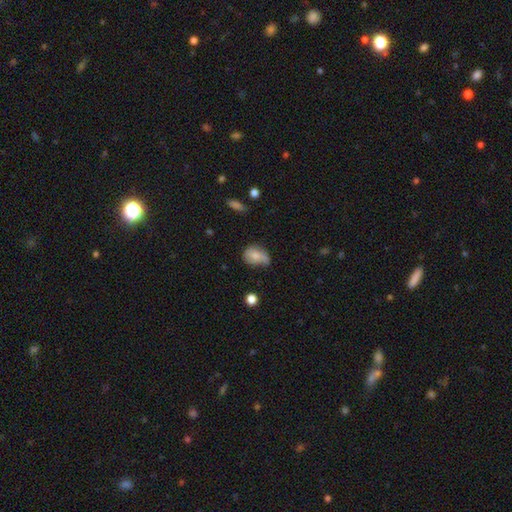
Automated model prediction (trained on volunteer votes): Smooth or featured? smooth (65%)
How rounded? in between (70%)
Merging? minor disturbance (44%)